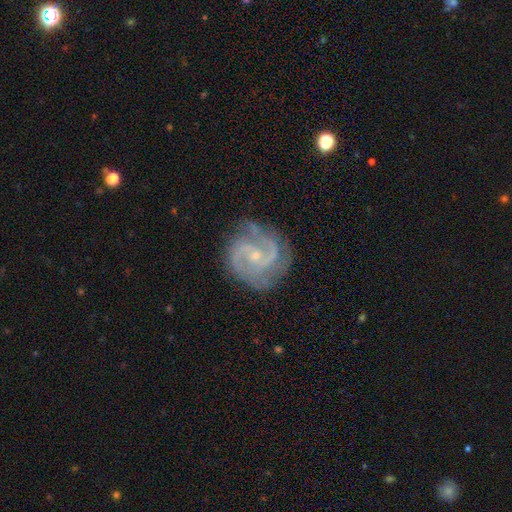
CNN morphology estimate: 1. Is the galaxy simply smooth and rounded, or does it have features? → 90% featured or disk, 6% star or artifact, 4% smooth.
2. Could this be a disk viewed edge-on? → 98% no, 2% yes.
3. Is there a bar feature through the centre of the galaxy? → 51% no, 38% weak, 10% strong.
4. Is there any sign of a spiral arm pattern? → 98% yes, 2% no.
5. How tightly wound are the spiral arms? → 51% medium, 39% tight, 10% loose.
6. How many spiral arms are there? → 68% 2, 15% 3, 7% can't tell, 3% 4, 3% 1, 3% more than 4.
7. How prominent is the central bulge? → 76% small, 20% moderate, 2% none, 1% large, 1% dominant.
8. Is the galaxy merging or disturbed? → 77% none, 16% minor disturbance, 5% major disturbance, 1% merger.